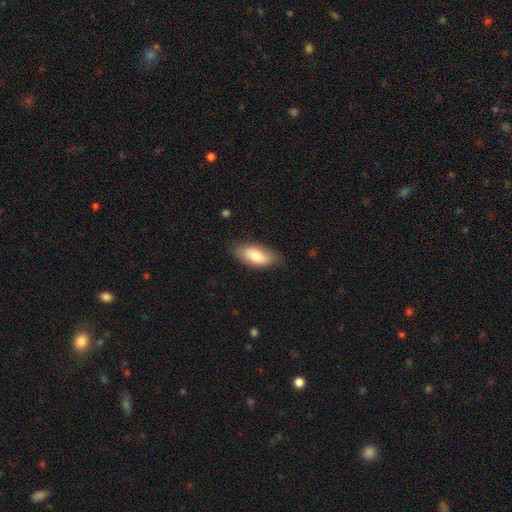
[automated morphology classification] Q: Smooth or featured?
A: smooth (75%); runner-up: featured or disk (19%)
Q: How rounded?
A: in between (87%); runner-up: cigar-shaped (10%)
Q: Merging?
A: none (80%); runner-up: minor disturbance (16%)